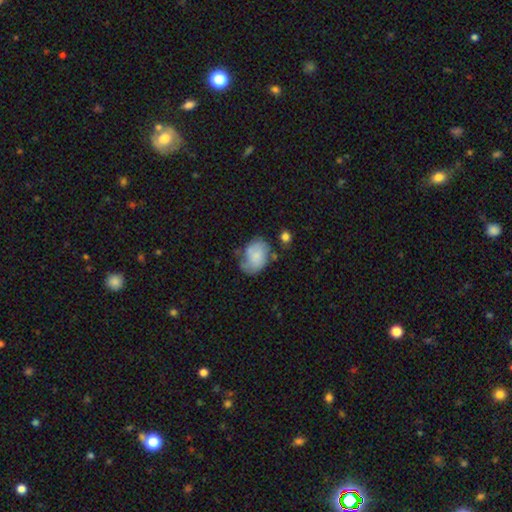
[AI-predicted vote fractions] The model was most divided on "merging": none: 47%, minor disturbance: 31%, major disturbance: 13%, merger: 9%. More confident: how rounded — in between (75%); smooth or featured — smooth (64%).